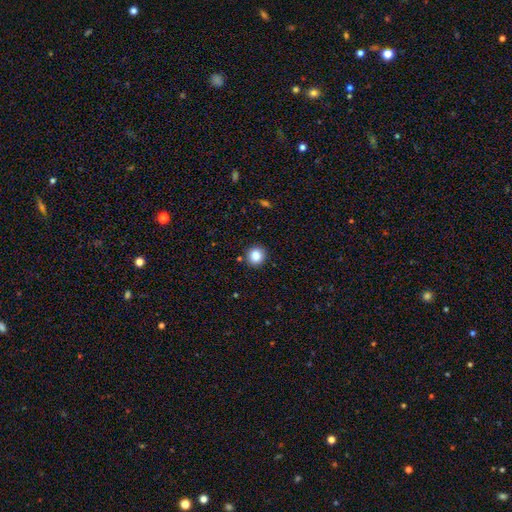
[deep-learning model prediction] smooth_or_featured: smooth (p=0.84) [alt: star or artifact p=0.10]
how_rounded: round (p=0.86) [alt: in between p=0.13]
merging: none (p=0.90) [alt: minor disturbance p=0.07]